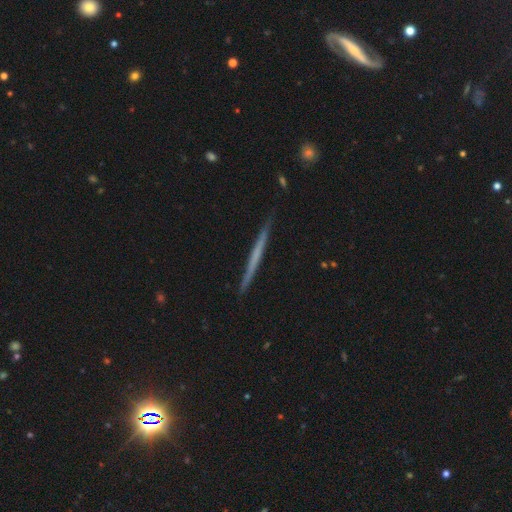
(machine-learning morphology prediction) Q: Smooth or featured?
A: featured or disk (55%); runner-up: smooth (40%)
Q: Edge-on disk?
A: yes (98%); runner-up: no (2%)
Q: Edge-on bulge?
A: none (89%); runner-up: rounded (7%)
Q: Merging?
A: none (91%); runner-up: minor disturbance (7%)